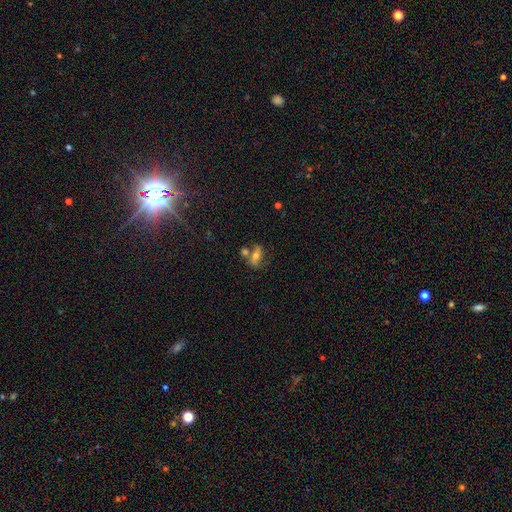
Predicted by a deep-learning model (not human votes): Q: Smooth or featured?
A: smooth (53%); runner-up: featured or disk (34%)
Q: How rounded?
A: in between (68%); runner-up: cigar-shaped (20%)
Q: Merging?
A: none (51%); runner-up: merger (27%)